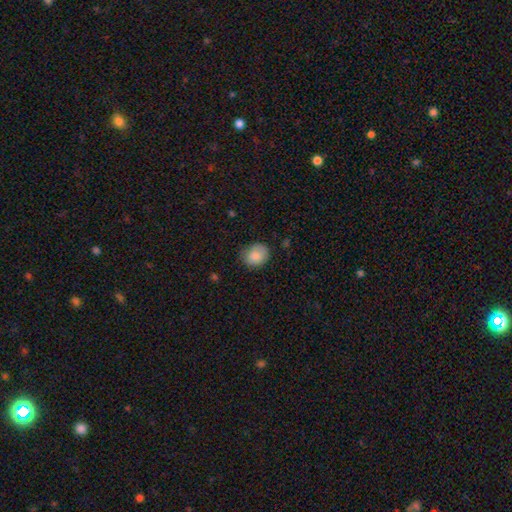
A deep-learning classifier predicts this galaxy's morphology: Smooth or featured? smooth (86%)
How rounded? round (58%)
Merging? none (68%)